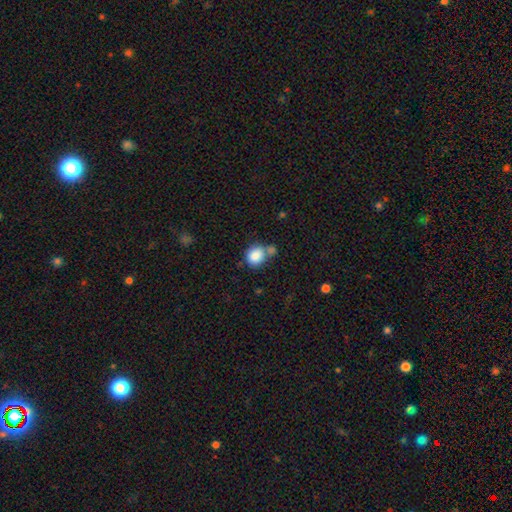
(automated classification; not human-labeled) smooth-or-featured: smooth: 85% | star or artifact: 9% | featured or disk: 6%
  how-rounded: round: 68% | in between: 31% | cigar-shaped: 1%
  merging: none: 52% | merger: 27% | minor disturbance: 15% | major disturbance: 5%